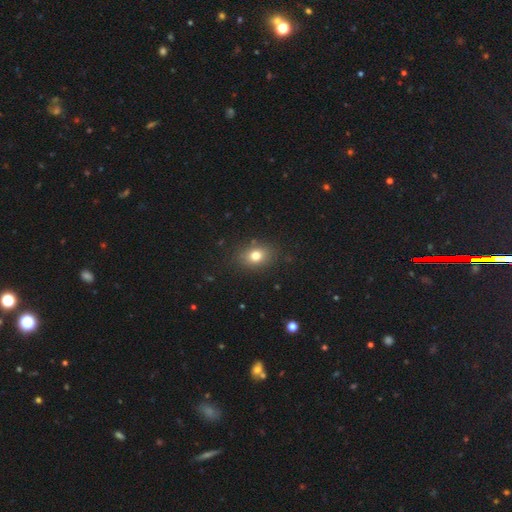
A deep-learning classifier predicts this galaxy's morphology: This is likely a smooth galaxy (78%). How rounded: possibly in between (56%). Merging: clearly none (85%).